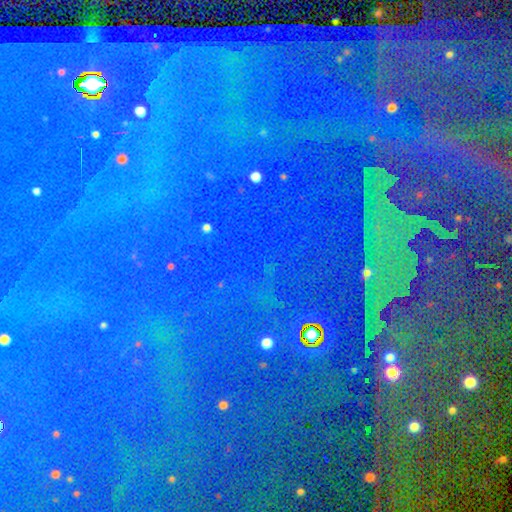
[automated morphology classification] Smooth or featured?
  - star or artifact: 84% *
  - smooth: 9%
  - featured or disk: 7%